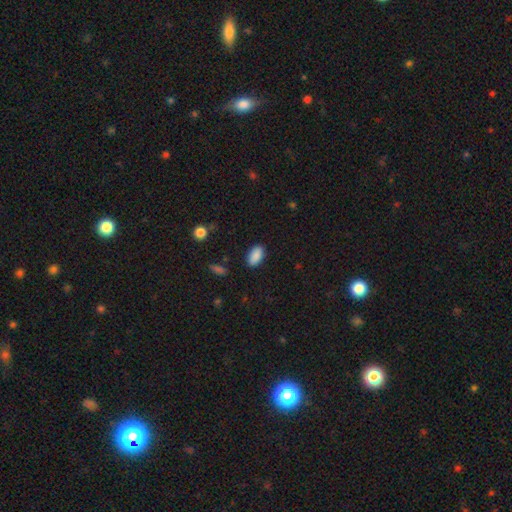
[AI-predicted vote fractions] A smooth galaxy with no disk features (89%) that is in between round and cigar-shaped (93%).

Vote fractions:
- Smooth or featured? smooth: 89% / star or artifact: 7% / featured or disk: 4%
- How rounded? in between: 93% / round: 4% / cigar-shaped: 3%
- Merging? none: 87% / minor disturbance: 10% / major disturbance: 2% / merger: 1%